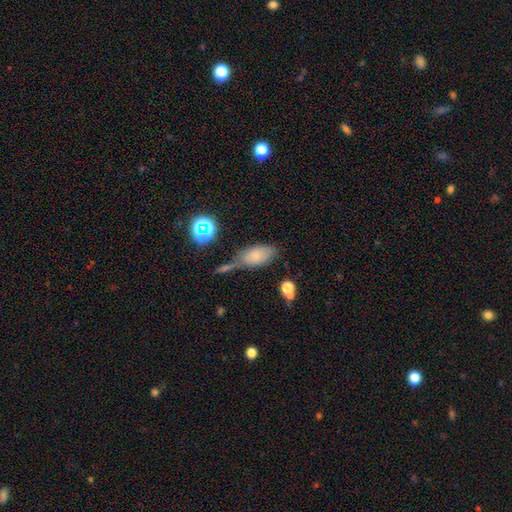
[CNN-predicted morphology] Smooth or featured: smooth — 73% (featured or disk — 15%)
How rounded: in between — 89% (cigar-shaped — 6%)
Merging: none — 44% (merger — 23%)